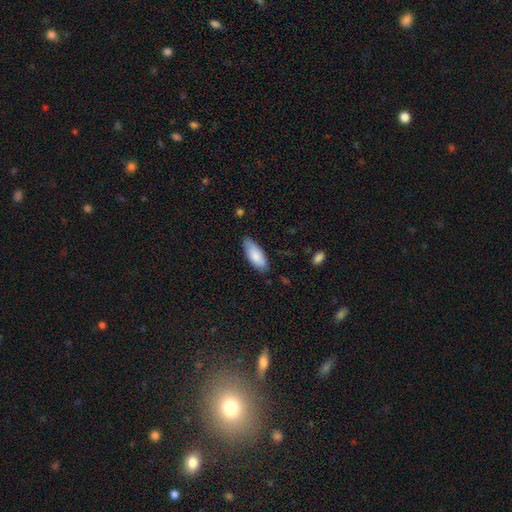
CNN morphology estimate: Smooth or featured: smooth — 85% (featured or disk — 9%)
How rounded: in between — 81% (cigar-shaped — 17%)
Merging: none — 79% (minor disturbance — 17%)